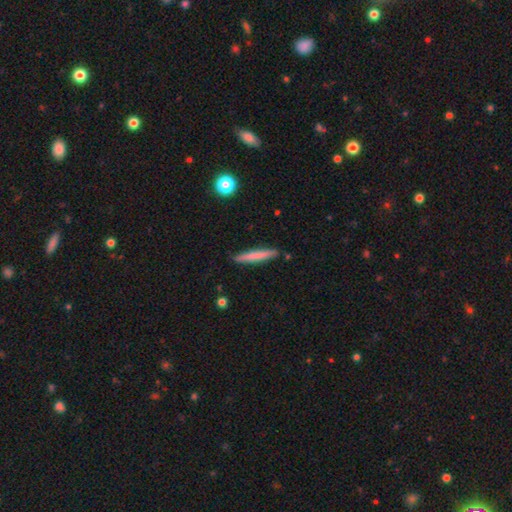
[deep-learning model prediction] Smooth or featured?
  - smooth: 71% *
  - featured or disk: 23%
  - star or artifact: 6%
How rounded?
  - cigar-shaped: 95% *
  - in between: 4%
  - round: 1%
Merging?
  - none: 90% *
  - minor disturbance: 7%
  - merger: 2%
  - major disturbance: 1%